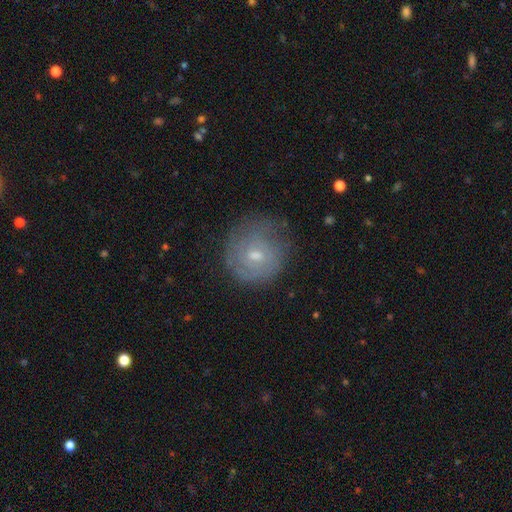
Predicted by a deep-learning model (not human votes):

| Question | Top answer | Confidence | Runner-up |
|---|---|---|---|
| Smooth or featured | featured or disk | 60% | smooth (31%) |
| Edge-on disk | no | 97% | yes (3%) |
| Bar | no | 50% | weak (44%) |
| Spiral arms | yes | 76% | no (24%) |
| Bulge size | moderate | 51% | small (44%) |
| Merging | none | 68% | minor disturbance (21%) |